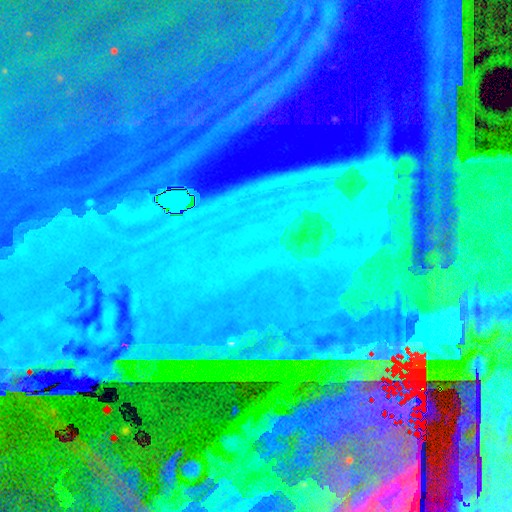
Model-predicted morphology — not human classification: Smooth or featured?
  - star or artifact: 88% *
  - featured or disk: 7%
  - smooth: 5%